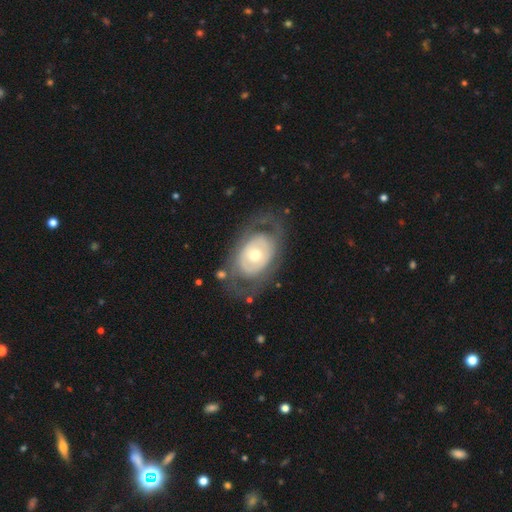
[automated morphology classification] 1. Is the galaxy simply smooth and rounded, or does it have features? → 65% featured or disk, 29% smooth, 5% star or artifact.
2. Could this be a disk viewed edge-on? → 93% no, 7% yes.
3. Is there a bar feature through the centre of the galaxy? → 83% no, 12% weak, 5% strong.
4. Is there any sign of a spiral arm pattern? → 63% no, 37% yes.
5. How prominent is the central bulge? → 60% moderate, 29% small, 8% large, 1% dominant, 1% none.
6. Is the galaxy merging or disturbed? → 66% none, 16% minor disturbance, 16% major disturbance, 2% merger.